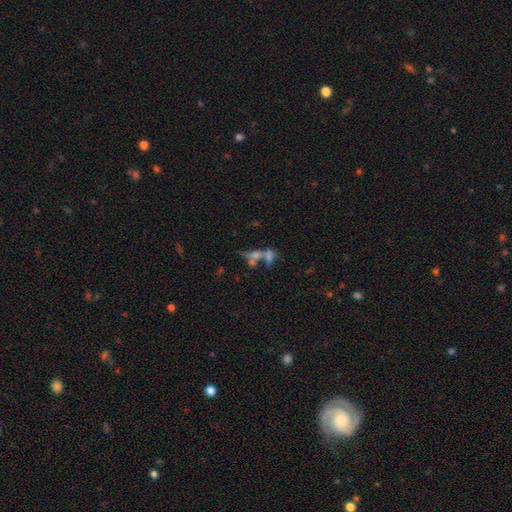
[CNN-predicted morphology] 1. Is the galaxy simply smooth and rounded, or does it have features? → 39% featured or disk (tied), 39% smooth (tied), 23% star or artifact.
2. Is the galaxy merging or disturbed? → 52% merger, 28% none, 11% major disturbance, 8% minor disturbance.